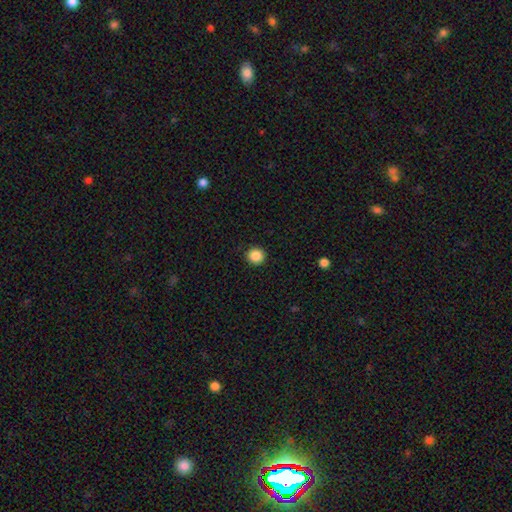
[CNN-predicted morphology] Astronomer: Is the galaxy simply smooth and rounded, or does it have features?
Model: smooth — 87%.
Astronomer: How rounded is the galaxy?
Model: round — 93%.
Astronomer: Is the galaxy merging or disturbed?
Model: none — 92%.